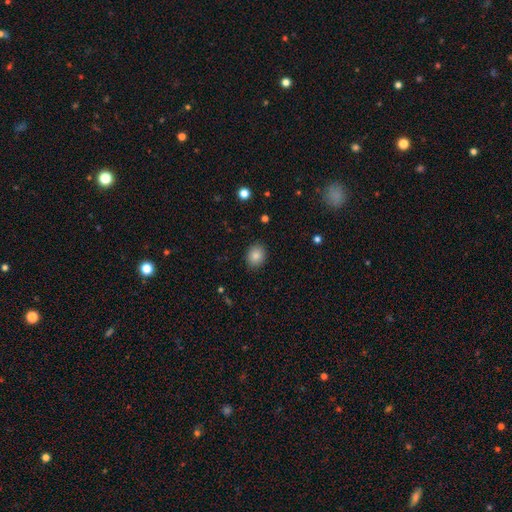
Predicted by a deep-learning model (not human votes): A smooth galaxy with no disk features (86%) that is round (50%). Merging: none (88%).